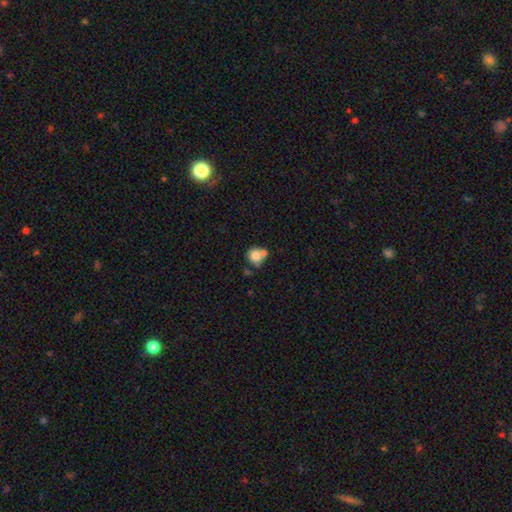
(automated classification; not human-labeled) Smooth or featured?
  - smooth: 77% *
  - featured or disk: 13%
  - star or artifact: 9%
How rounded?
  - round: 83% *
  - in between: 16%
  - cigar-shaped: 1%
Merging?
  - none: 45% *
  - merger: 38%
  - minor disturbance: 12%
  - major disturbance: 5%